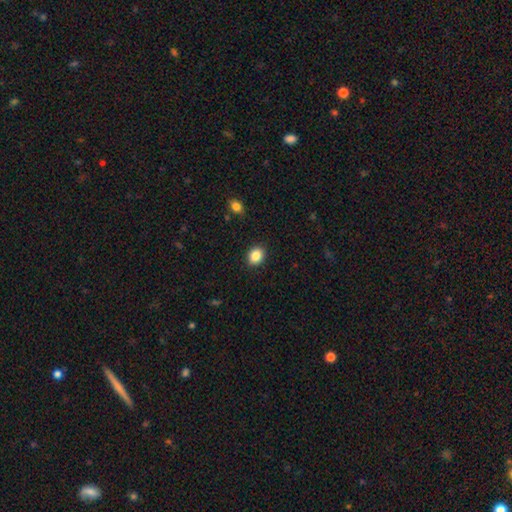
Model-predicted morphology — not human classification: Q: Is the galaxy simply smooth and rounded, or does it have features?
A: smooth — 86%.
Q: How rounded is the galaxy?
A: round — 54%.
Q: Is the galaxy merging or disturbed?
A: none — 90%.